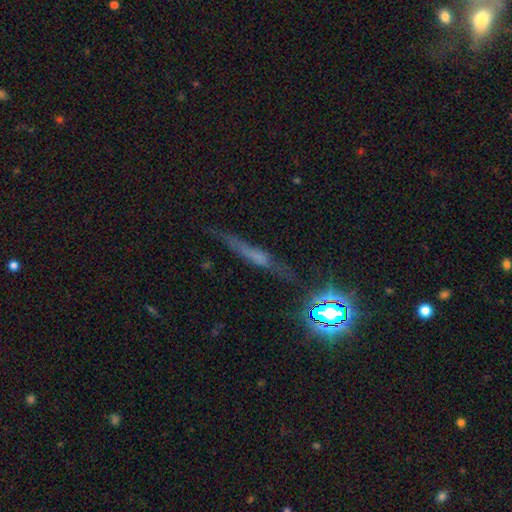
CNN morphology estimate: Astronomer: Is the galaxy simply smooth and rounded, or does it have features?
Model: featured or disk — 41% (runner-up: smooth, 34%).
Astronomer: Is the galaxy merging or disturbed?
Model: none — 66%.